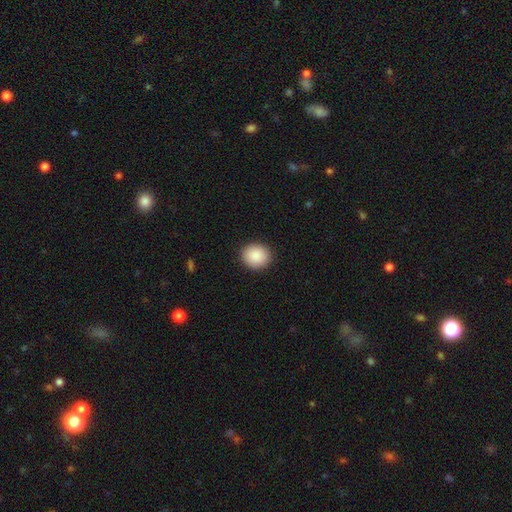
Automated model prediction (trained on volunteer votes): This is clearly a smooth galaxy (90%). How rounded: likely round (76%). Merging: clearly none (91%).